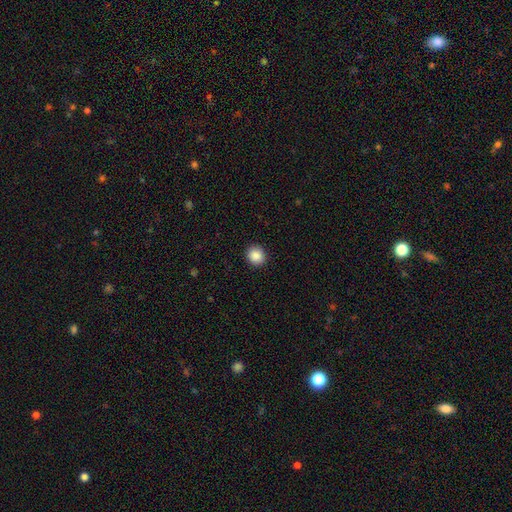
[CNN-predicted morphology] Smooth or featured: smooth — 88% (star or artifact — 9%)
How rounded: round — 84% (in between — 15%)
Merging: none — 91% (minor disturbance — 6%)